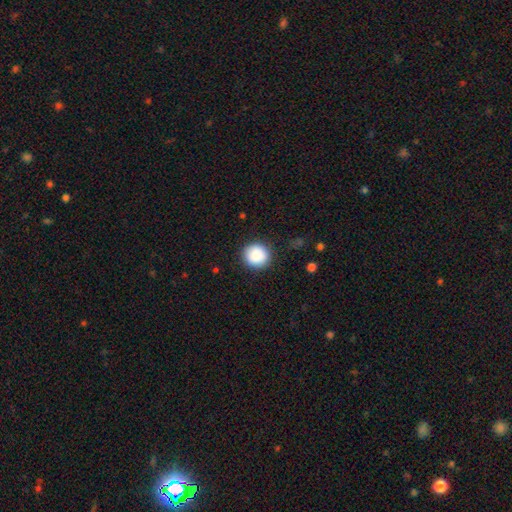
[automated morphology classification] Smooth or featured? Predicted: smooth (p=0.89). How rounded? Predicted: round (p=0.92). Merging? Predicted: none (p=0.90).